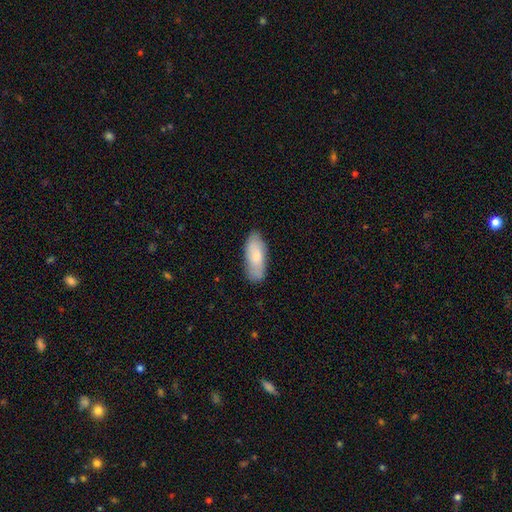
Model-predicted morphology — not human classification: smooth-or-featured: smooth: 76% | featured or disk: 18% | star or artifact: 6%
  how-rounded: in between: 80% | cigar-shaped: 18% | round: 2%
  merging: none: 82% | minor disturbance: 14% | major disturbance: 3% | merger: 1%